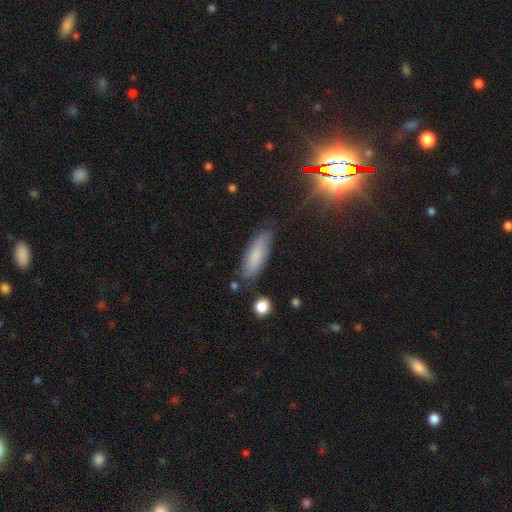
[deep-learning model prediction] A smooth galaxy with no disk features (78%) that is in between round and cigar-shaped (56%).

Vote fractions:
- Smooth or featured? smooth: 78% / featured or disk: 13% / star or artifact: 10%
- How rounded? in between: 56% / cigar-shaped: 42% / round: 2%
- Merging? none: 78% / minor disturbance: 16% / major disturbance: 4% / merger: 3%